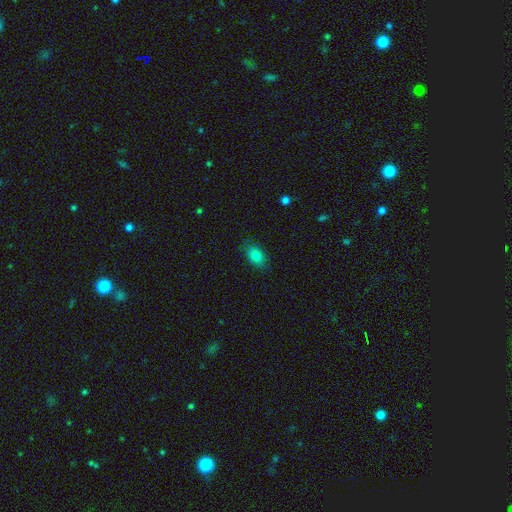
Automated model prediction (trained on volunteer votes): The model was most divided on "merging": none: 83%, minor disturbance: 13%, major disturbance: 3%, merger: 1%. More confident: how rounded — in between (85%); smooth or featured — smooth (83%).